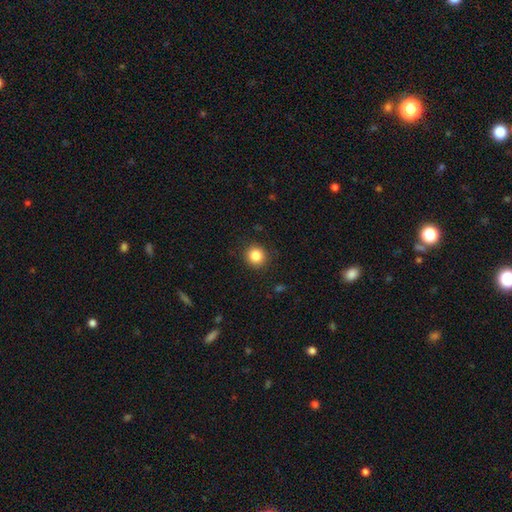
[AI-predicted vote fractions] smooth-or-featured: smooth: 85% | star or artifact: 11% | featured or disk: 5%
  how-rounded: round: 92% | in between: 8% | cigar-shaped: 1%
  merging: none: 90% | minor disturbance: 7% | major disturbance: 2% | merger: 1%